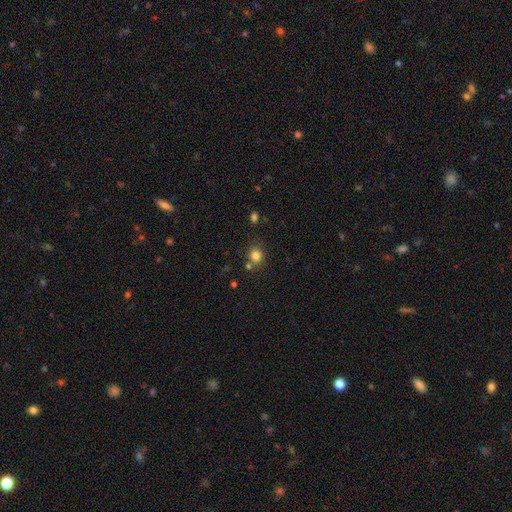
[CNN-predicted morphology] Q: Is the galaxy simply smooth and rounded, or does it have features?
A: smooth — 81%.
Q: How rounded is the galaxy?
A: round — 79%.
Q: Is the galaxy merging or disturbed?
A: none — 73%.